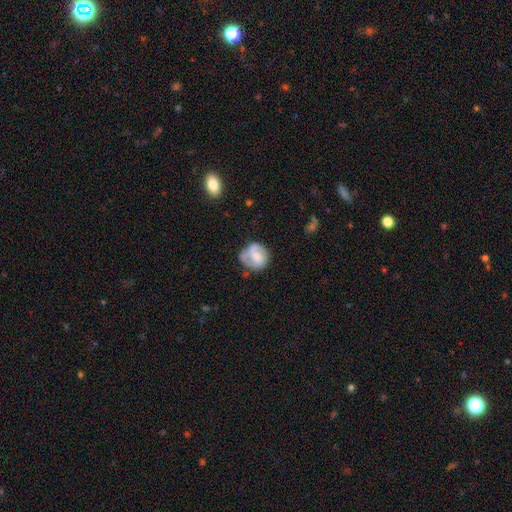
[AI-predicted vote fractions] A smooth galaxy with no disk features (47%).

Vote fractions:
- Smooth or featured? smooth: 47% / featured or disk: 46% / star or artifact: 7%
- Merging? none: 54% / minor disturbance: 28% / major disturbance: 14% / merger: 4%